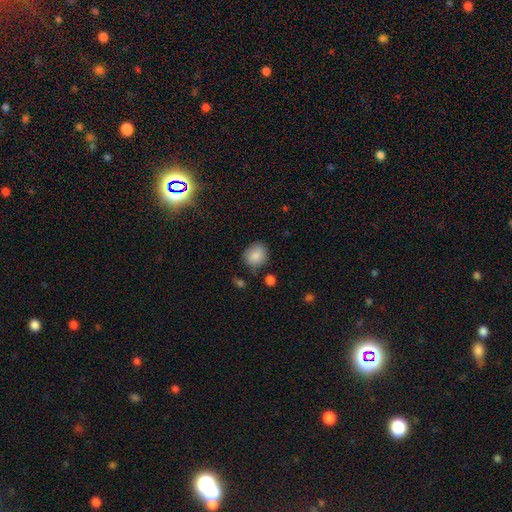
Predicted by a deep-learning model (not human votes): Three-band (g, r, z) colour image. It shows a smooth galaxy with no disk features (86%) that is round (66%). Merging: none (76%).